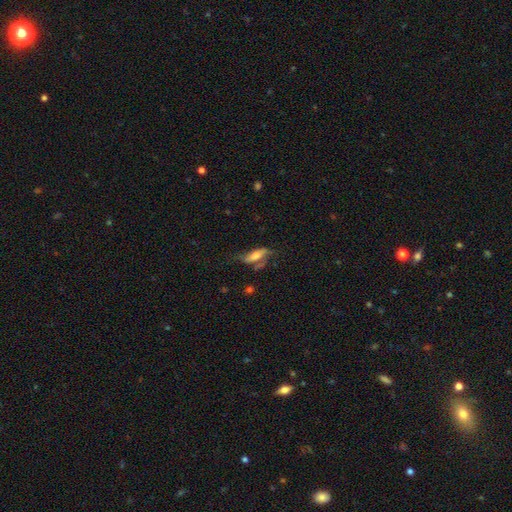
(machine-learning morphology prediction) smooth-or-featured: smooth: 52% | featured or disk: 39% | star or artifact: 9%
  how-rounded: in between: 59% | cigar-shaped: 38% | round: 3%
  merging: none: 38% | major disturbance: 27% | minor disturbance: 26% | merger: 8%